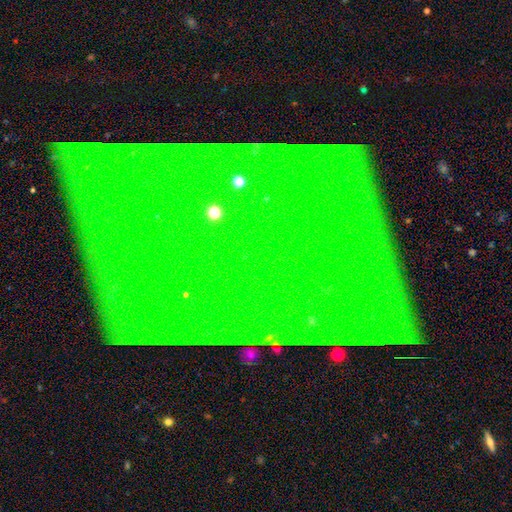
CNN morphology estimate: Smooth or featured: star or artifact — 81% (featured or disk — 10%)